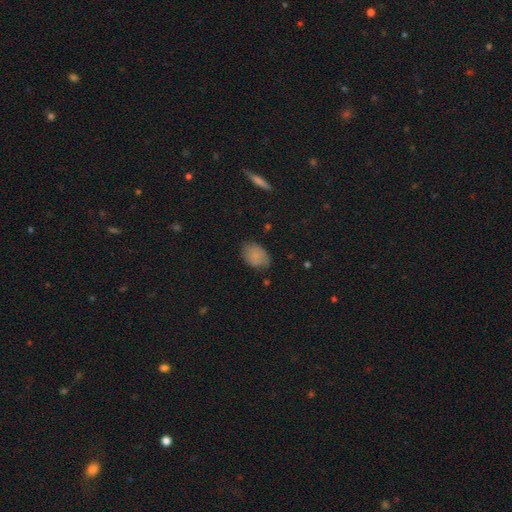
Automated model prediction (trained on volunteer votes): smooth_or_featured: smooth (p=0.79) [alt: featured or disk p=0.12]
how_rounded: in between (p=0.79) [alt: round p=0.20]
merging: none (p=0.67) [alt: minor disturbance p=0.26]